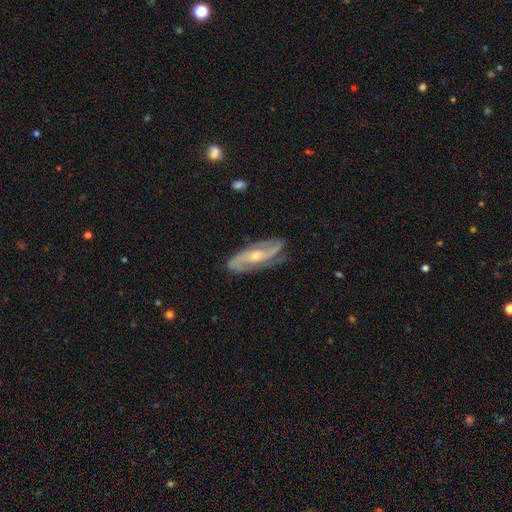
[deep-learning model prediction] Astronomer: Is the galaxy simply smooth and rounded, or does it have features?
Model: featured or disk — 84%.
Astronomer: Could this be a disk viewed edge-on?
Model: no — 87%.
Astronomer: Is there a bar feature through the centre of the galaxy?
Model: no — 45% (runner-up: weak, 34%).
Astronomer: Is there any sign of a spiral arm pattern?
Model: yes — 96%.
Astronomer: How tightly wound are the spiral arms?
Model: medium — 42% (runner-up: loose, 32%).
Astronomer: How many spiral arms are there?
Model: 2 — 73%.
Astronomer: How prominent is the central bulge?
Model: small — 51% (runner-up: moderate, 45%).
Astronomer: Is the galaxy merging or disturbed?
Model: none — 78%.